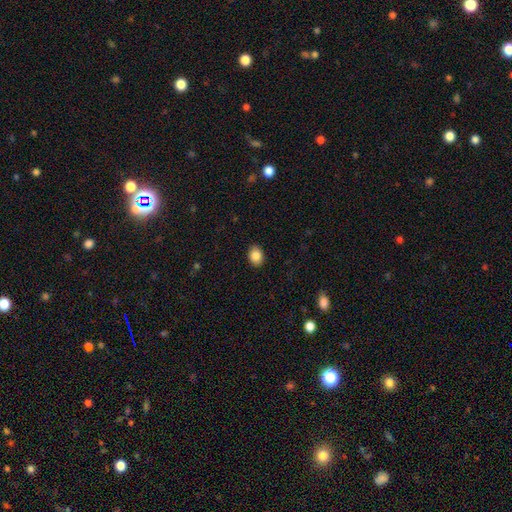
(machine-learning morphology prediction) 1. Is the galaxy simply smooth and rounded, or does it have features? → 87% smooth, 8% star or artifact, 5% featured or disk.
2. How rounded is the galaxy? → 67% in between, 32% round, 1% cigar-shaped.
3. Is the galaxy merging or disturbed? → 89% none, 8% minor disturbance, 2% major disturbance, 1% merger.